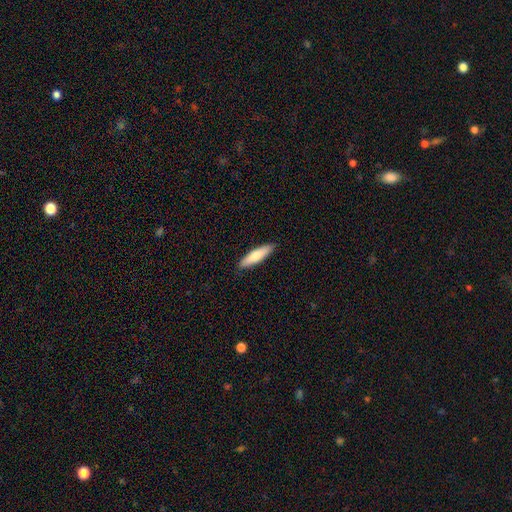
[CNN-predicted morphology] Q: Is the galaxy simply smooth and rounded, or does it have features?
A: smooth — 73%.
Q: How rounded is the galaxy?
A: cigar-shaped — 71%.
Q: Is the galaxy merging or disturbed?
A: none — 90%.